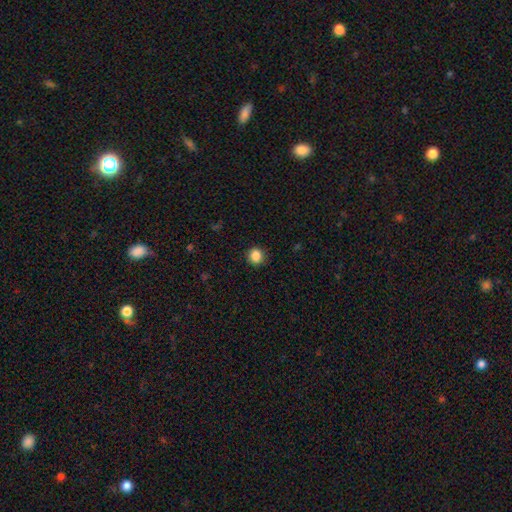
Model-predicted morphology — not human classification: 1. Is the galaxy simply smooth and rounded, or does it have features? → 86% smooth, 10% star or artifact, 3% featured or disk.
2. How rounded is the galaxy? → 88% round, 11% in between, 1% cigar-shaped.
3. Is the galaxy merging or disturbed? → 90% none, 7% minor disturbance, 2% major disturbance, 1% merger.